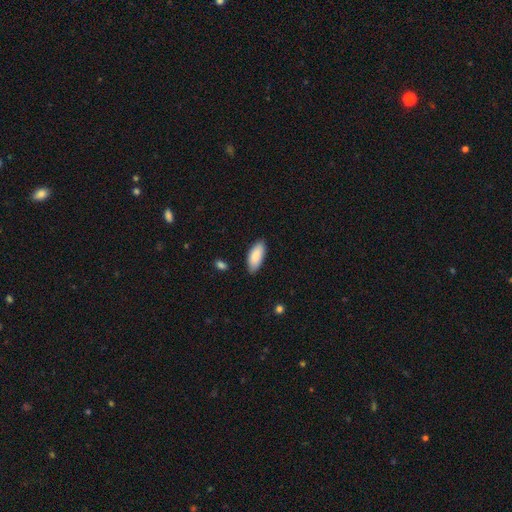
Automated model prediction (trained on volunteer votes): Morphology: type=smooth (87%); roundness=in between (85%); merging=none (85%).